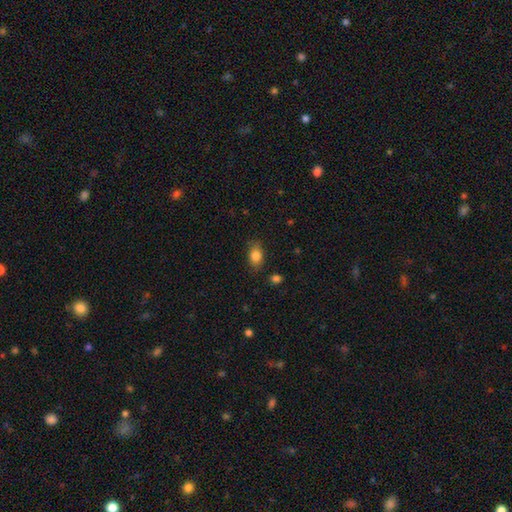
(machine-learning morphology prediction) type=smooth (84%); roundness=in between (81%); merging=none (80%).